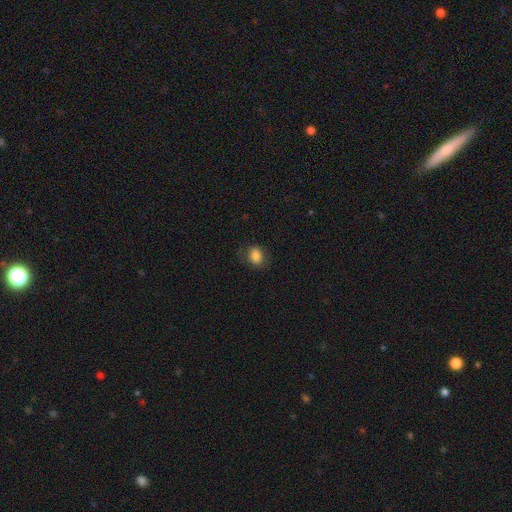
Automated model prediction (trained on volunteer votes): Q: Smooth or featured?
A: smooth (84%); runner-up: star or artifact (10%)
Q: How rounded?
A: in between (63%); runner-up: round (35%)
Q: Merging?
A: none (77%); runner-up: minor disturbance (16%)